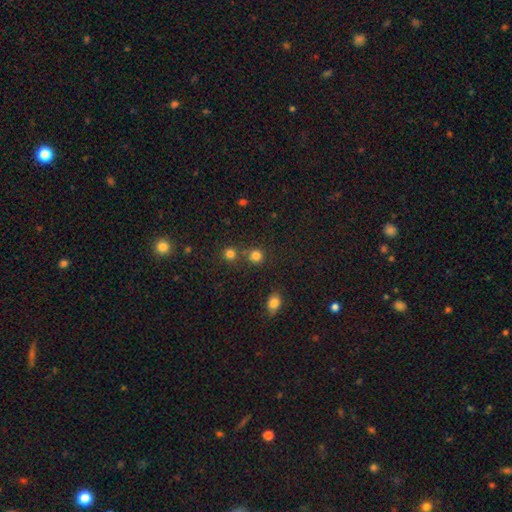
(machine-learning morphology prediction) Smooth or featured? Predicted: smooth (p=0.80). How rounded? Predicted: round (p=0.90). Merging? Predicted: none (p=0.71).